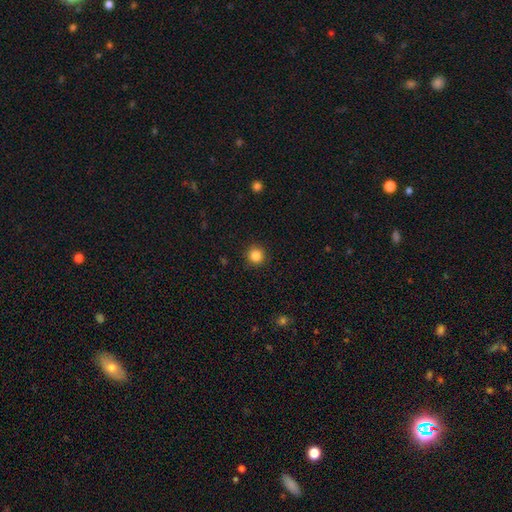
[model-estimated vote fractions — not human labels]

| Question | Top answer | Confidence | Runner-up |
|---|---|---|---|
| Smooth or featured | smooth | 84% | star or artifact (11%) |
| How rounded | round | 95% | in between (4%) |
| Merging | none | 91% | minor disturbance (6%) |